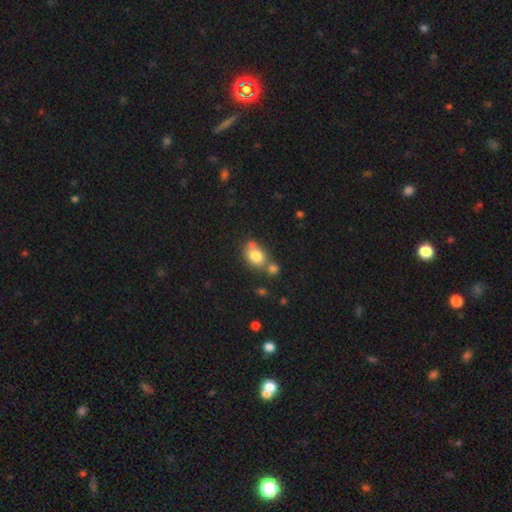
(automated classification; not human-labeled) smooth-or-featured: smooth: 79% | featured or disk: 12% | star or artifact: 9%
  how-rounded: in between: 63% | round: 35% | cigar-shaped: 1%
  merging: none: 48% | merger: 33% | minor disturbance: 14% | major disturbance: 5%